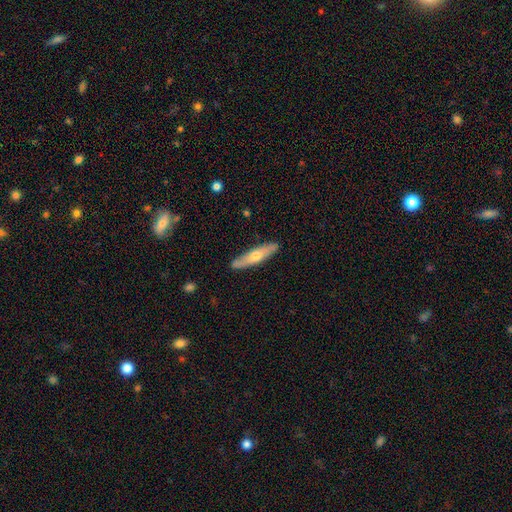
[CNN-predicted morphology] Q: Smooth or featured?
A: smooth (47%); runner-up: featured or disk (46%)
Q: Merging?
A: none (87%); runner-up: minor disturbance (9%)